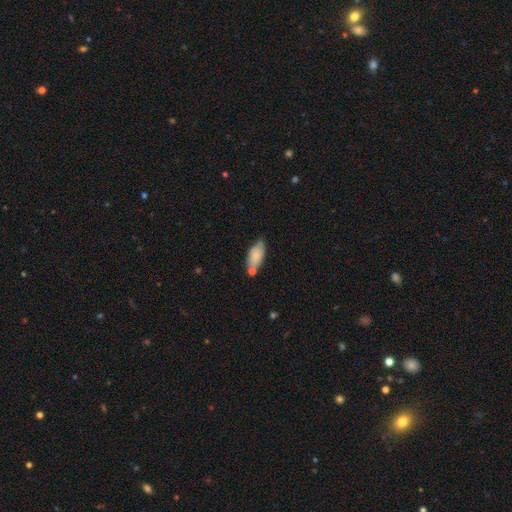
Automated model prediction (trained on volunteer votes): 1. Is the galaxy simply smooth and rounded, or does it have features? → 77% smooth, 17% featured or disk, 7% star or artifact.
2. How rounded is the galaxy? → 87% in between, 11% cigar-shaped, 3% round.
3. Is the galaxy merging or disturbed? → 57% none, 23% minor disturbance, 15% merger, 5% major disturbance.